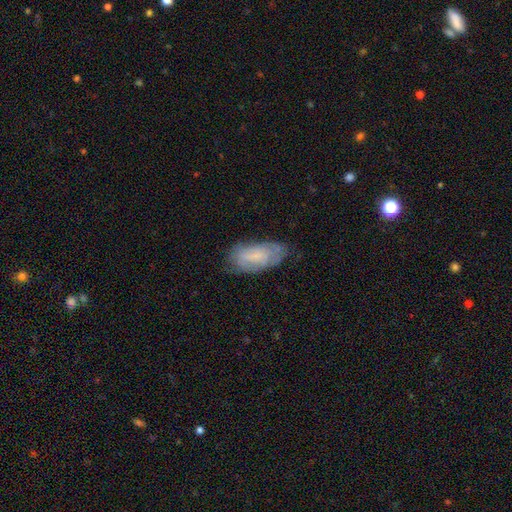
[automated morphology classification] smooth_or_featured: smooth (p=0.61) [alt: featured or disk p=0.31]
how_rounded: in between (p=0.89) [alt: cigar-shaped p=0.09]
merging: none (p=0.60) [alt: minor disturbance p=0.29]